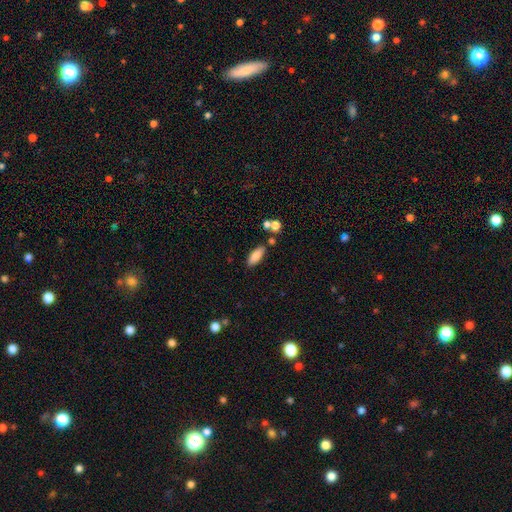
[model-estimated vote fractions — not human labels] Smooth or featured? Predicted: smooth (p=0.84). How rounded? Predicted: in between (p=0.75). Merging? Predicted: none (p=0.78).